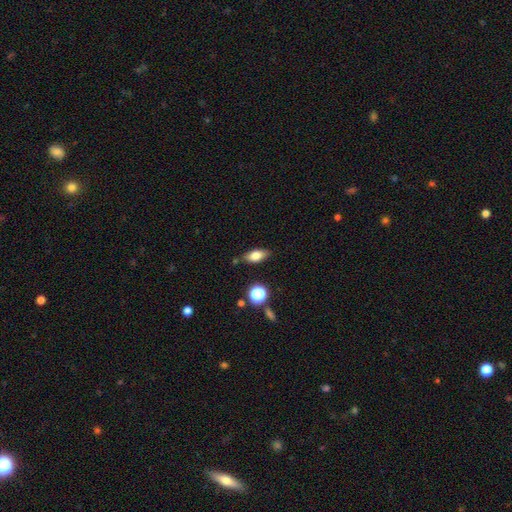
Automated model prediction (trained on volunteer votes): This appears to be a smooth galaxy with no disk features (76%) that is in between round and cigar-shaped (80%). Merging: none (80%).